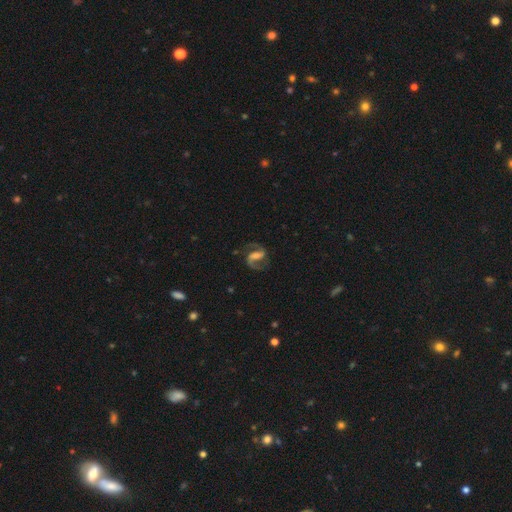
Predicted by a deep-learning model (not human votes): Smooth or featured? Predicted: featured or disk (p=0.90). Edge-on disk? Predicted: no (p=0.98). Bar? Predicted: weak (p=0.43). Spiral arms? Predicted: yes (p=0.97). Spiral winding? Predicted: medium (p=0.58). Spiral arm count? Predicted: 2 (p=0.93). Bulge size? Predicted: moderate (p=0.37). Merging? Predicted: none (p=0.80).